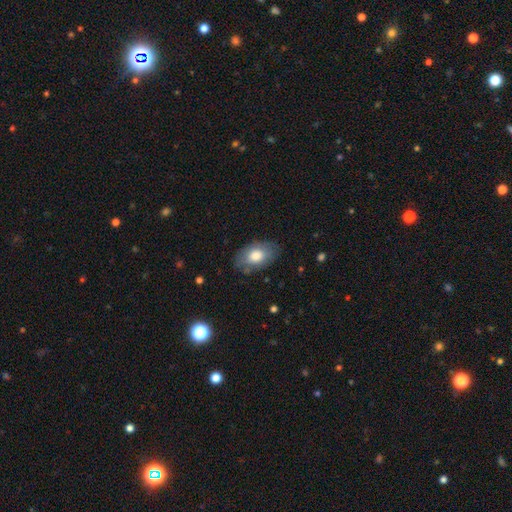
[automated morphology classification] Smooth or featured? smooth (76%)
How rounded? in between (91%)
Merging? none (76%)